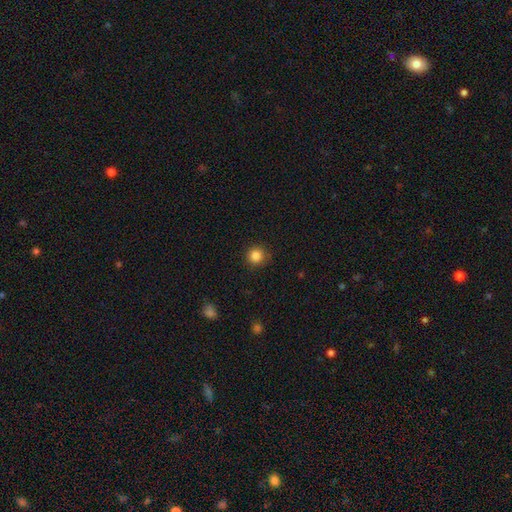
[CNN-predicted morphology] type=smooth (85%); roundness=round (94%); merging=none (89%).